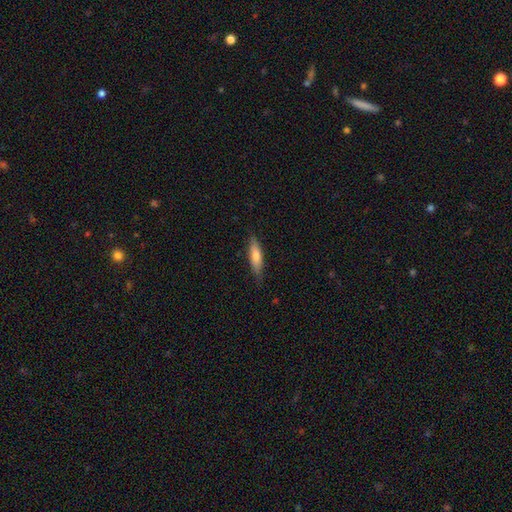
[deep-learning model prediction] The model was most divided on "how rounded": cigar-shaped: 68%, in between: 30%, round: 2%. More confident: merging — none (80%); smooth or featured — smooth (69%).